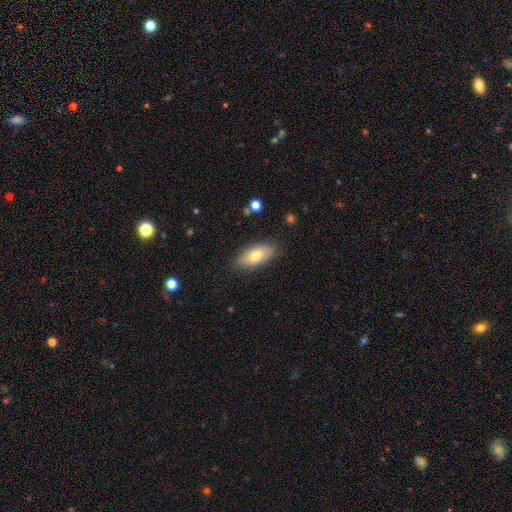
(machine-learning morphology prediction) Smooth or featured: smooth — 73% (featured or disk — 21%)
How rounded: in between — 88% (cigar-shaped — 9%)
Merging: none — 83% (minor disturbance — 13%)